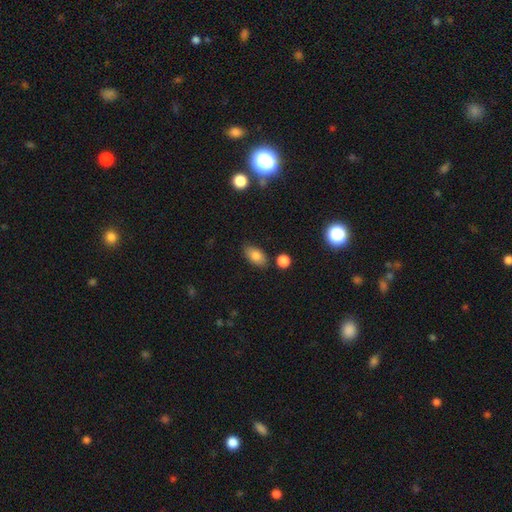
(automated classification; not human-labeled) A smooth galaxy with no disk features (82%) that is in between round and cigar-shaped (90%). Merging: none (80%).